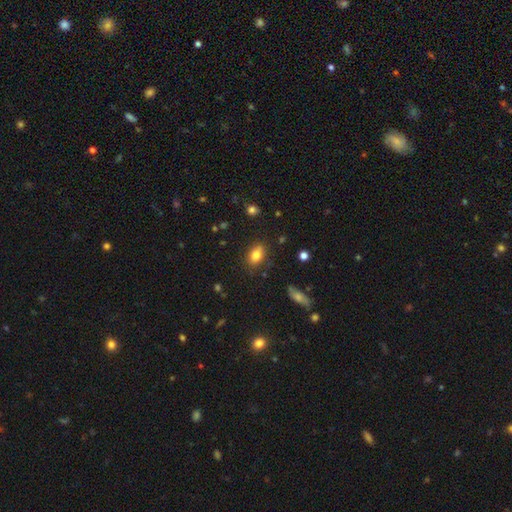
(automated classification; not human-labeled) Smooth or featured? Predicted: smooth (p=0.82). How rounded? Predicted: in between (p=0.81). Merging? Predicted: none (p=0.81).